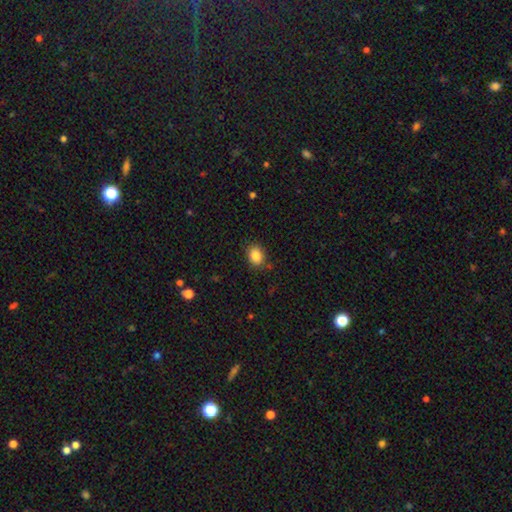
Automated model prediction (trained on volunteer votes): This appears to be a smooth galaxy with no disk features (86%) that is in between round and cigar-shaped (65%). Merging: none (83%).